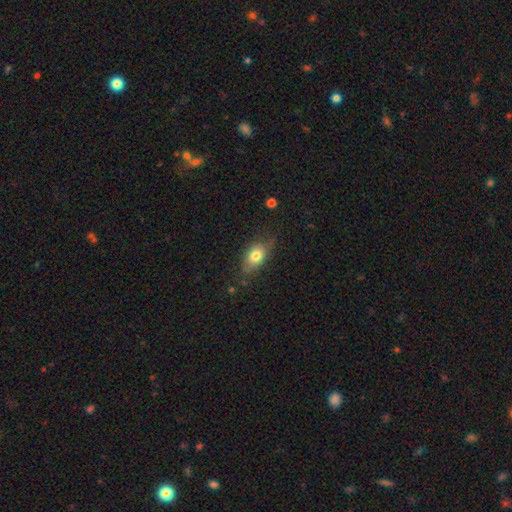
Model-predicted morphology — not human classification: Smooth or featured? Predicted: smooth (p=0.75). How rounded? Predicted: in between (p=0.77). Merging? Predicted: none (p=0.68).